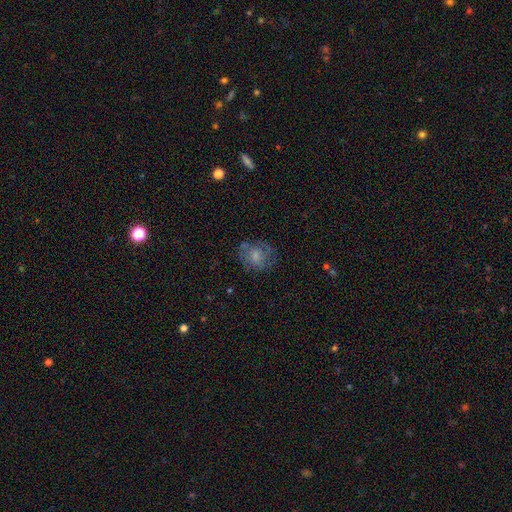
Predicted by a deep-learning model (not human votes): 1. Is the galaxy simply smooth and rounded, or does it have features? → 54% smooth, 36% featured or disk, 9% star or artifact.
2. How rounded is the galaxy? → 65% round, 33% in between, 1% cigar-shaped.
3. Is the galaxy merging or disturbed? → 62% none, 22% minor disturbance, 13% major disturbance, 3% merger.